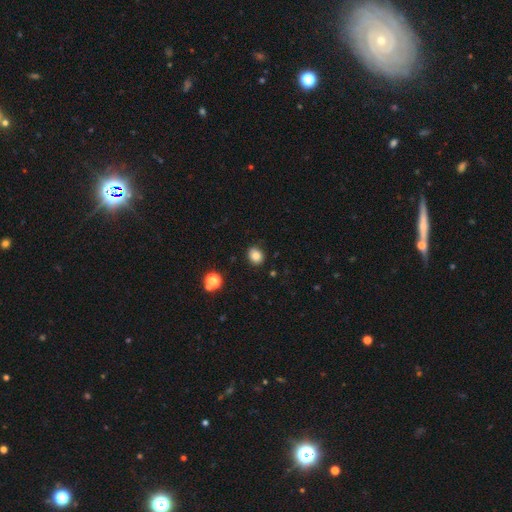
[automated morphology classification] A smooth galaxy with no disk features (83%) that is round (64%).

Vote fractions:
- Smooth or featured? smooth: 83% / star or artifact: 11% / featured or disk: 6%
- How rounded? round: 64% / in between: 35% / cigar-shaped: 1%
- Merging? none: 87% / minor disturbance: 9% / major disturbance: 2% / merger: 2%